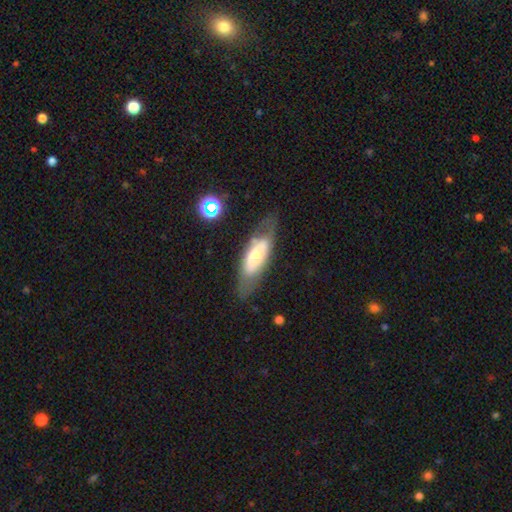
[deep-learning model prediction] A featured or disk galaxy (49%). Merging: none (61%).